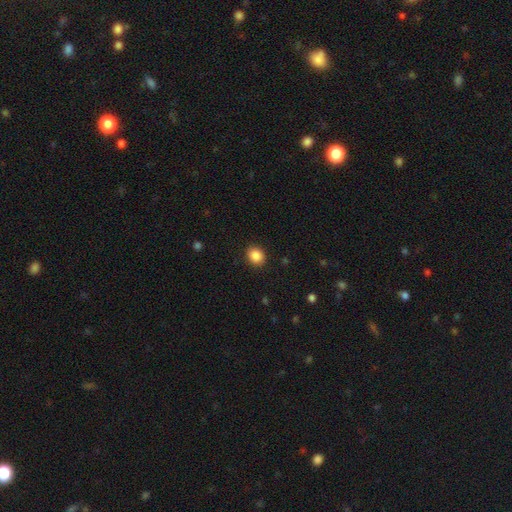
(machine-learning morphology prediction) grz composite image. It shows a smooth galaxy with no disk features (87%) that is round (63%). Merging: none (89%).